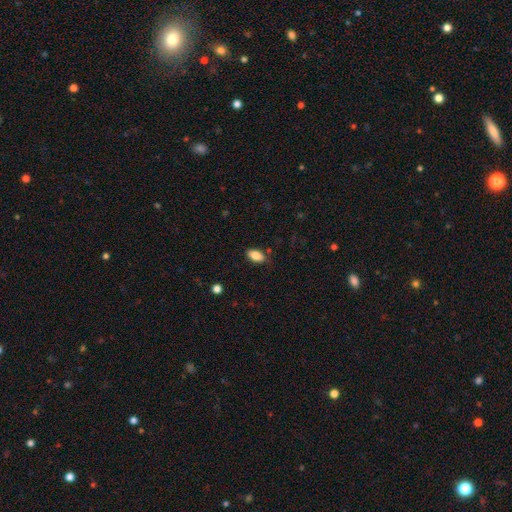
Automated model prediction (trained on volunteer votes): Q: Smooth or featured?
A: smooth (85%); runner-up: star or artifact (8%)
Q: How rounded?
A: in between (91%); runner-up: cigar-shaped (4%)
Q: Merging?
A: none (81%); runner-up: minor disturbance (14%)